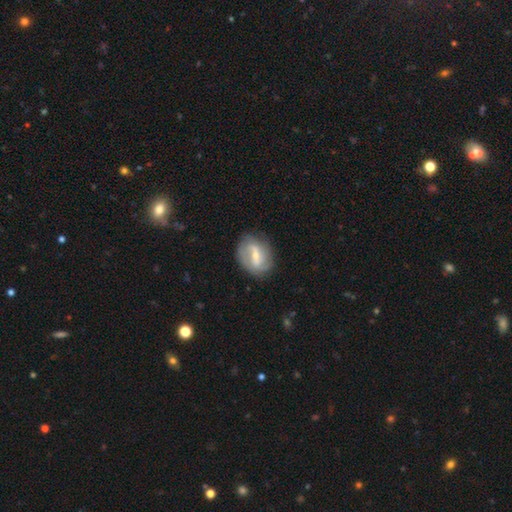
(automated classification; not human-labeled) This is likely a featured or disk galaxy (71%). It is clearly not viewed edge-on (97%). Bar: possibly weak (51%). Spiral arm pattern: clearly yes (83%). Spiral arm count: likely 2 (70%). Spiral winding: marginally medium (41%). Central bulge: possibly small (51%). Merging: likely none (76%).